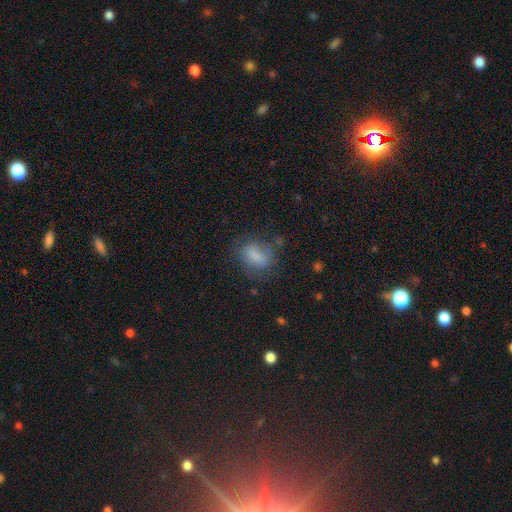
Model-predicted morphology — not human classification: type=smooth (75%); roundness=in between (73%); merging=none (59%).